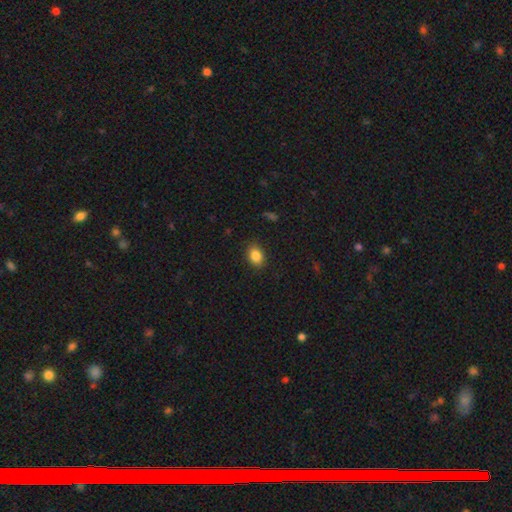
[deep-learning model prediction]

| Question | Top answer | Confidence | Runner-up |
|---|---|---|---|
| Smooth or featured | smooth | 85% | star or artifact (9%) |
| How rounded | in between | 74% | round (25%) |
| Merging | none | 86% | minor disturbance (10%) |